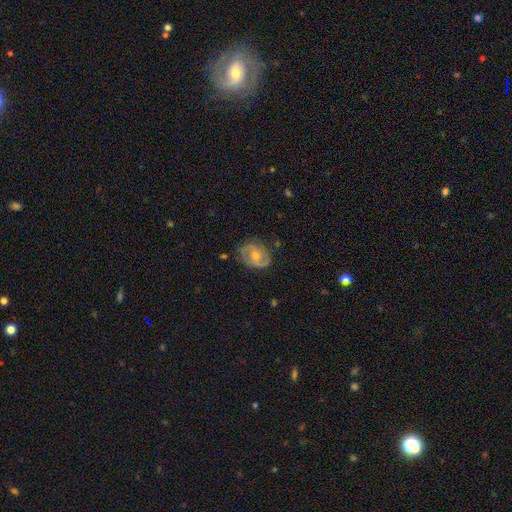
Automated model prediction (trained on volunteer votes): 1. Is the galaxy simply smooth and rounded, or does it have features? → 71% featured or disk, 21% smooth, 8% star or artifact.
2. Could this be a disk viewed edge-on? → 97% no, 3% yes.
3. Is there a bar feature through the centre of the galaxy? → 55% no, 36% weak, 9% strong.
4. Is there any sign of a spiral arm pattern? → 86% yes, 14% no.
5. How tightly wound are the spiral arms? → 44% medium, 37% tight, 19% loose.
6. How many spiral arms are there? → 78% 2, 12% can't tell, 4% 3, 3% 1, 1% 4, 1% more than 4.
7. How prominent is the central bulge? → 60% moderate, 36% small, 2% large, 1% none, 1% dominant.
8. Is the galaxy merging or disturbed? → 76% none, 17% minor disturbance, 5% major disturbance, 1% merger.